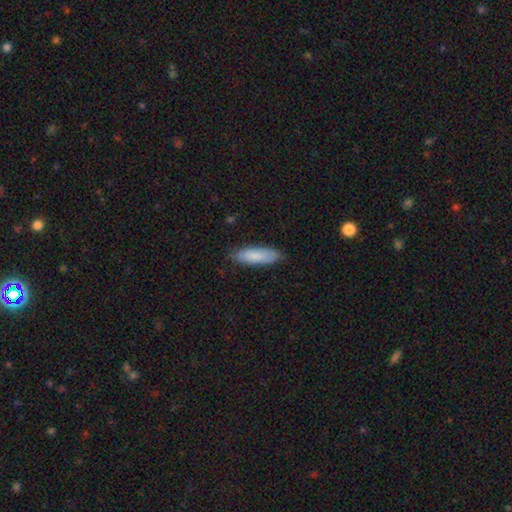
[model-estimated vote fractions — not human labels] smooth-or-featured: smooth: 83% | featured or disk: 12% | star or artifact: 5%
  how-rounded: cigar-shaped: 49% (tied) | in between: 49% (tied) | round: 1%
  merging: none: 83% | minor disturbance: 13% | major disturbance: 2% | merger: 1%